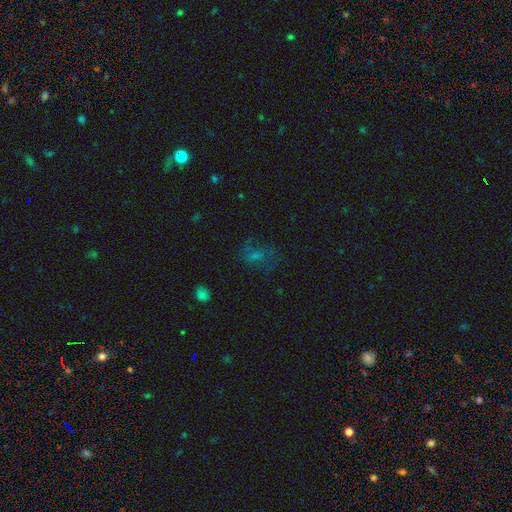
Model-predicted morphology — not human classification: smooth_or_featured: smooth (p=0.40) [alt: star or artifact p=0.32]
merging: none (p=0.56) [alt: major disturbance p=0.22]